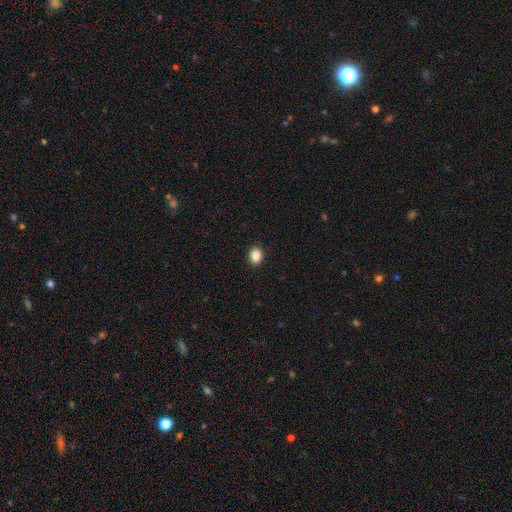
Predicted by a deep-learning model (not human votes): Smooth or featured? smooth (87%)
How rounded? round (51%)
Merging? none (91%)